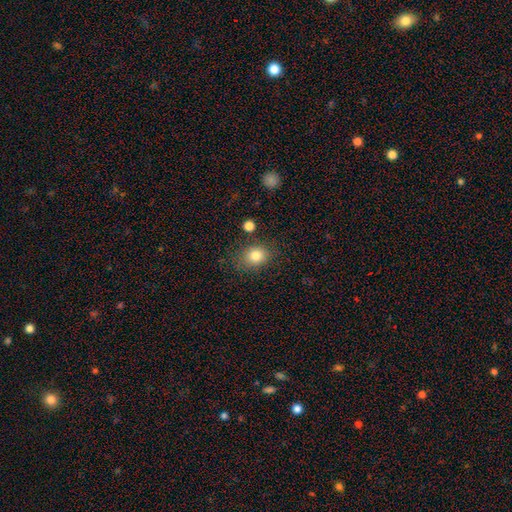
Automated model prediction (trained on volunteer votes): Q: Smooth or featured?
A: smooth (82%); runner-up: star or artifact (10%)
Q: How rounded?
A: round (56%); runner-up: in between (43%)
Q: Merging?
A: none (78%); runner-up: minor disturbance (13%)